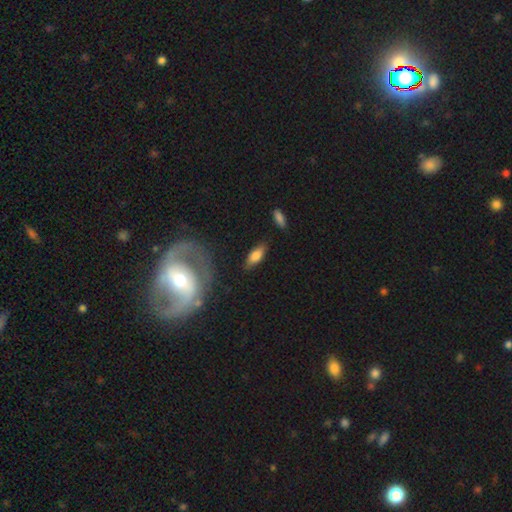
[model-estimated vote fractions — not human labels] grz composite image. It shows a smooth galaxy with no disk features (73%) that is in between round and cigar-shaped (74%). Merging: none (81%).